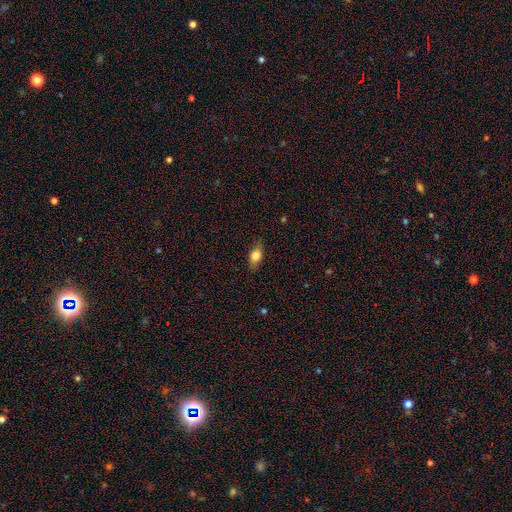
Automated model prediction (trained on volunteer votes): smooth 76%, featured or disk 16%, star or artifact 8%. Down the decision tree: how rounded — in between (79%); merging — none (81%).